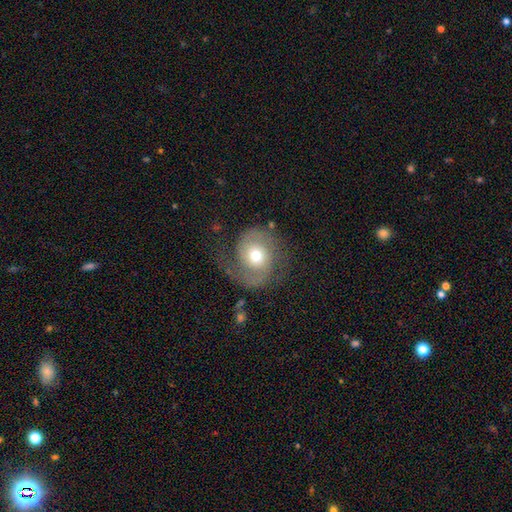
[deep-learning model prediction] Smooth or featured?
  - featured or disk: 76% *
  - smooth: 18%
  - star or artifact: 6%
Edge-on disk?
  - no: 98% *
  - yes: 2%
Bar?
  - no: 73% *
  - weak: 22%
  - strong: 5%
Spiral arms?
  - yes: 93% *
  - no: 7%
Spiral winding?
  - medium: 44% *
  - tight: 32%
  - loose: 25%
Spiral arm count?
  - 2: 74% *
  - 1: 15%
  - can't tell: 6%
  - 3: 2%
  - 4: 1%
  - more than 4: 1%
Bulge size?
  - moderate: 68% *
  - small: 21%
  - large: 9%
  - dominant: 1%
  - none: 1%
Merging?
  - none: 60% *
  - major disturbance: 20%
  - minor disturbance: 18%
  - merger: 2%